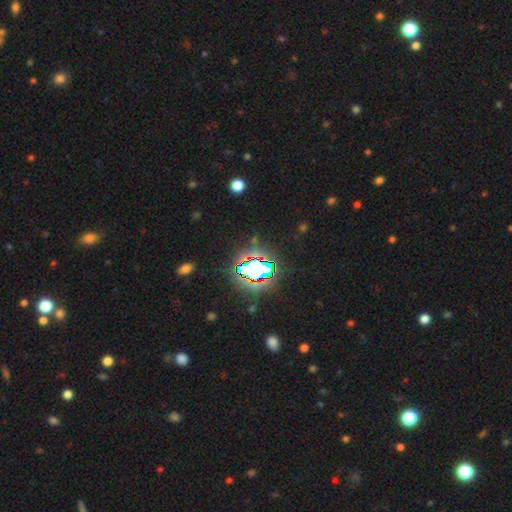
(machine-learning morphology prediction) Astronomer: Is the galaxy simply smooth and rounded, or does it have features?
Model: star or artifact — 82%.